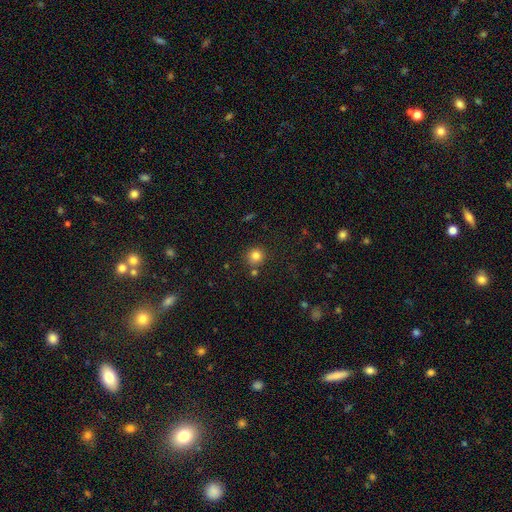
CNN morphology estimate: smooth_or_featured: smooth (p=0.82) [alt: star or artifact p=0.12]
how_rounded: round (p=0.92) [alt: in between p=0.07]
merging: none (p=0.82) [alt: minor disturbance p=0.08]